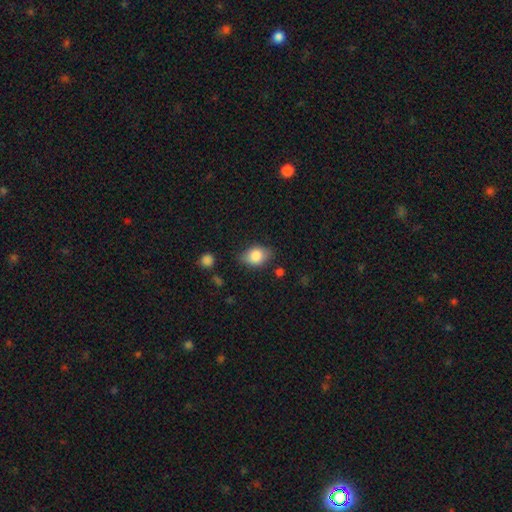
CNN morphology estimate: Overall: smooth (81%). How rounded: in between (75%). Merging: none (72%).